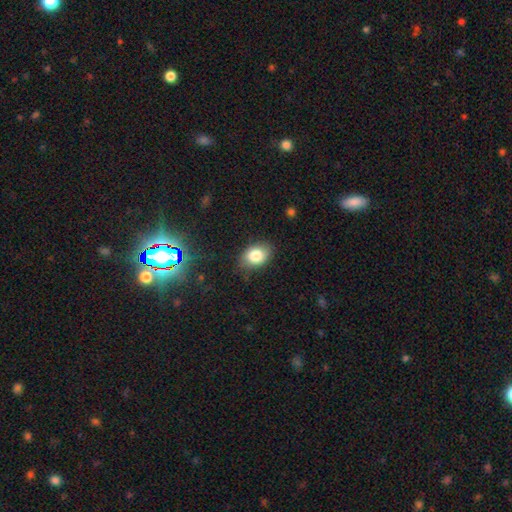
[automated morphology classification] The model was most divided on "how rounded": in between: 79%, round: 20%, cigar-shaped: 1%. More confident: smooth or featured — smooth (81%); merging — none (78%).